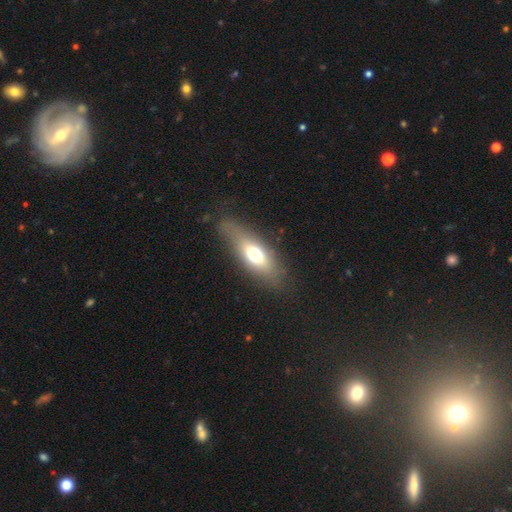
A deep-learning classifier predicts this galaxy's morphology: Overall: smooth (61%; featured or disk 30%). How rounded: in between (68%). Merging: none (74%).